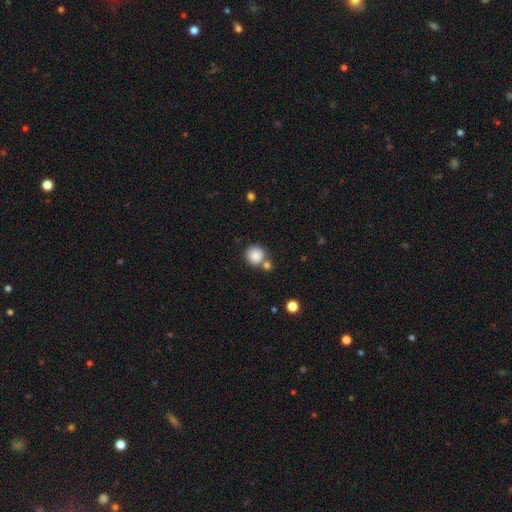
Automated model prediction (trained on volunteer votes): Smooth or featured? Predicted: smooth (p=0.86). How rounded? Predicted: round (p=0.91). Merging? Predicted: none (p=0.63).